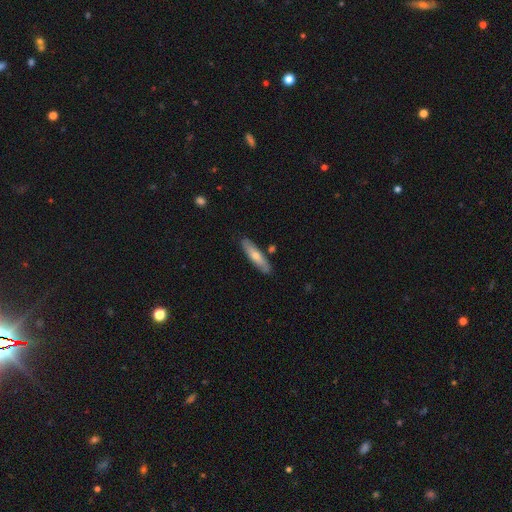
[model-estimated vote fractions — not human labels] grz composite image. It shows a smooth galaxy with no disk features (65%) that is cigar-shaped (75%). Merging: none (84%).